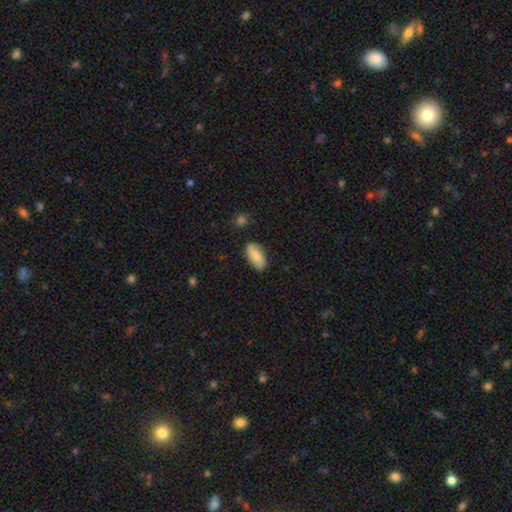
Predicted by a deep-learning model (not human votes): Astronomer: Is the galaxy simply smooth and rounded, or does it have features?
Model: smooth — 85%.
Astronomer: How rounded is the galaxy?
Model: in between — 92%.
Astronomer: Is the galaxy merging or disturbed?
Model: none — 82%.